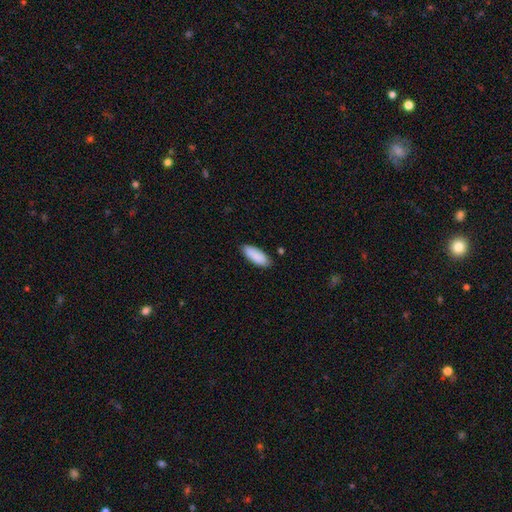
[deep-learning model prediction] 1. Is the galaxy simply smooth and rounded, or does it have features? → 89% smooth, 6% star or artifact, 5% featured or disk.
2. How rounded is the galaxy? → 80% in between, 19% cigar-shaped, 2% round.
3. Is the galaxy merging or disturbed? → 82% none, 14% minor disturbance, 2% major disturbance, 2% merger.